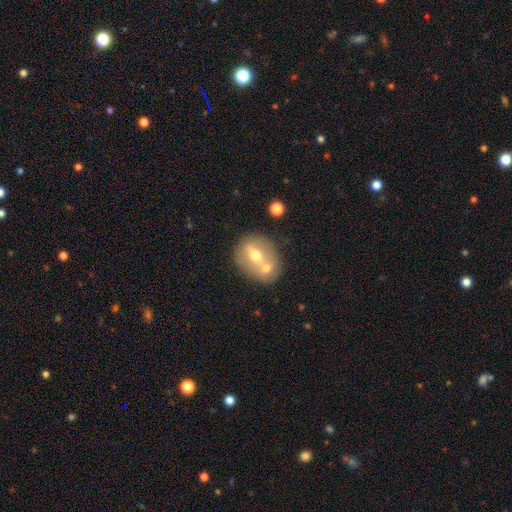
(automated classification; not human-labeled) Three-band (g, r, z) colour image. It shows a smooth galaxy with no disk features (54%) that is round (60%). Merging: merger (47%).